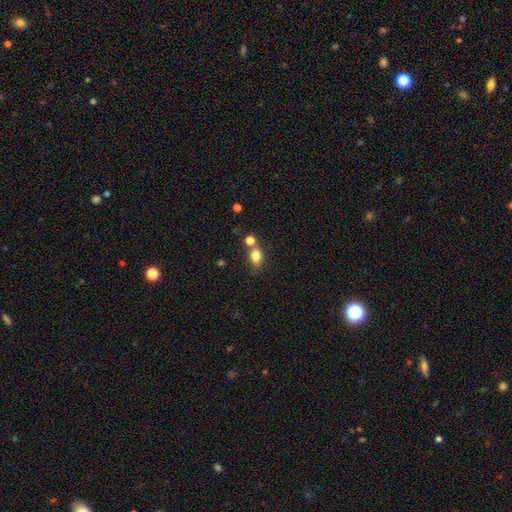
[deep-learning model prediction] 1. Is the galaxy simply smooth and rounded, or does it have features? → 81% smooth, 11% star or artifact, 8% featured or disk.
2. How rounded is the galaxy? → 66% in between, 32% round, 2% cigar-shaped.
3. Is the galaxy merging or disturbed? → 57% none, 24% merger, 14% minor disturbance, 5% major disturbance.